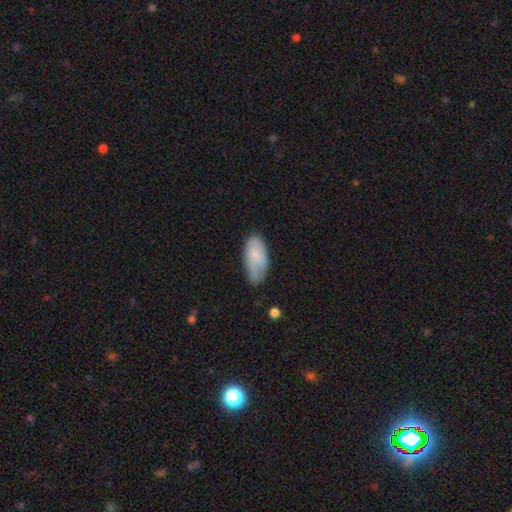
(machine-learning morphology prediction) smooth 76%, featured or disk 17%, star or artifact 7%. Down the decision tree: how rounded — in between (91%); merging — none (58%).